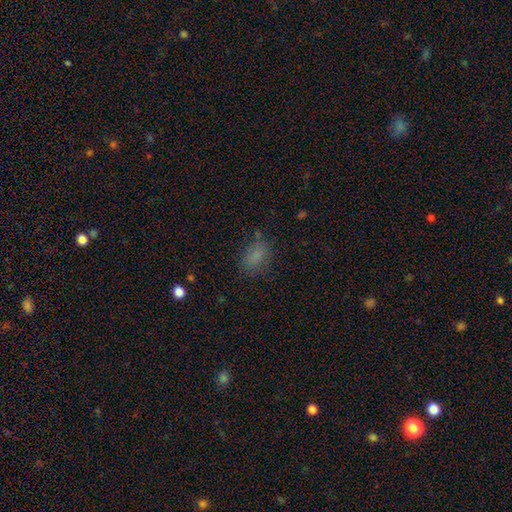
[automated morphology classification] This is likely a smooth galaxy (79%). How rounded: clearly in between (83%). Merging: likely none (72%).